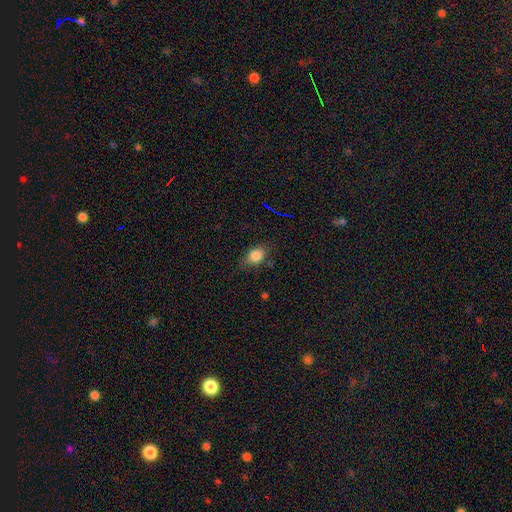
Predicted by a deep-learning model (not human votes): A smooth galaxy with no disk features (81%) that is in between round and cigar-shaped (69%).

Vote fractions:
- Smooth or featured? smooth: 81% / star or artifact: 10% / featured or disk: 9%
- How rounded? in between: 69% / round: 29% / cigar-shaped: 3%
- Merging? none: 73% / minor disturbance: 20% / major disturbance: 5% / merger: 2%